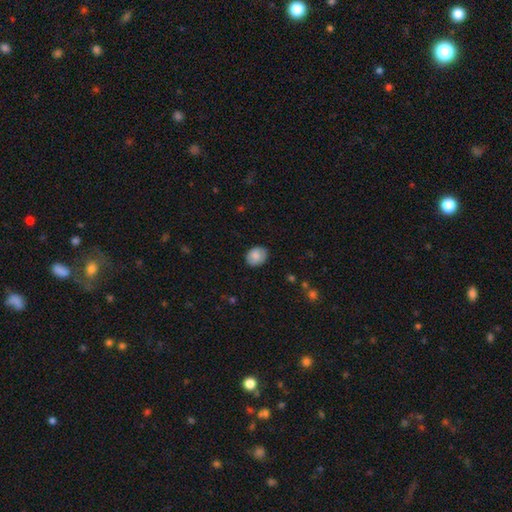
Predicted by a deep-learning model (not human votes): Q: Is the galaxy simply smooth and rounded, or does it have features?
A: smooth — 81%.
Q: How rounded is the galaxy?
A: in between — 52%.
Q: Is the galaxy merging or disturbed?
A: none — 82%.